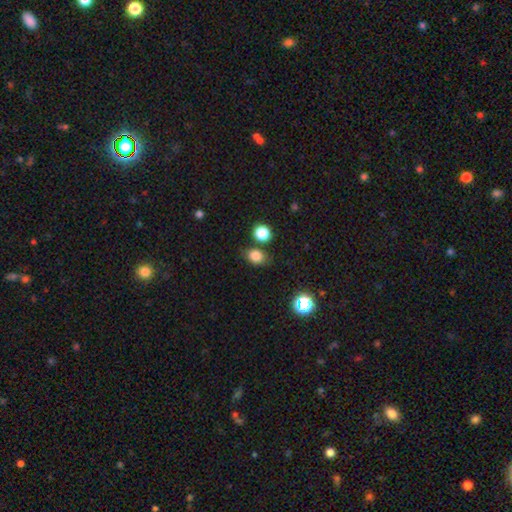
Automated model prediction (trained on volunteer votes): A smooth galaxy with no disk features (82%) that is in between round and cigar-shaped (54%).

Vote fractions:
- Smooth or featured? smooth: 82% / star or artifact: 13% / featured or disk: 5%
- How rounded? in between: 54% / round: 44% / cigar-shaped: 1%
- Merging? none: 72% / minor disturbance: 14% / merger: 10% / major disturbance: 4%